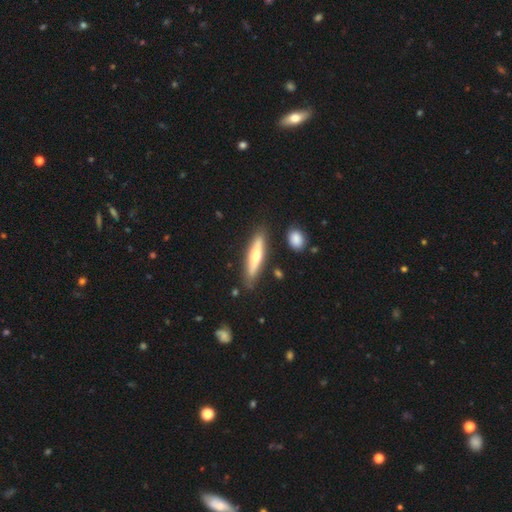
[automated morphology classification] Q: Smooth or featured?
A: smooth (47%); tied with: featured or disk (47%)
Q: Merging?
A: none (83%); runner-up: minor disturbance (11%)